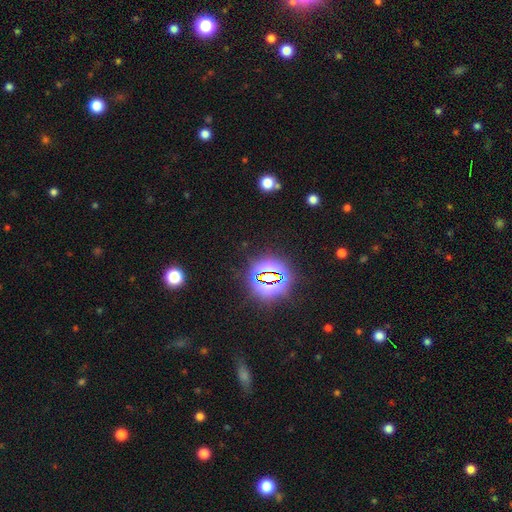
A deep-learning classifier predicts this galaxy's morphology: A star or artifact, not a galaxy (79%).